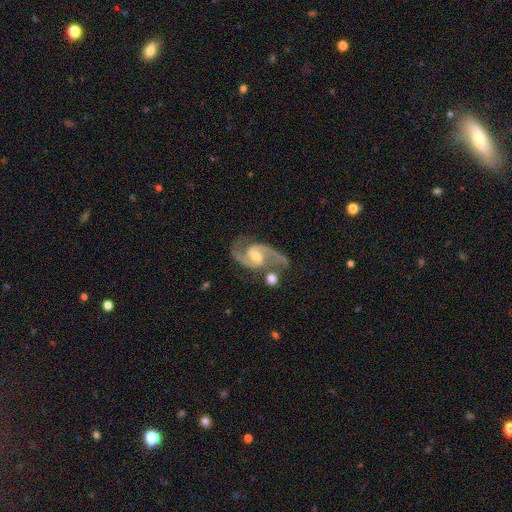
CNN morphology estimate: Q: Smooth or featured?
A: featured or disk (93%); runner-up: star or artifact (5%)
Q: Edge-on disk?
A: no (98%); runner-up: yes (2%)
Q: Bar?
A: weak (53%); runner-up: no (25%)
Q: Spiral arms?
A: yes (98%); runner-up: no (2%)
Q: Spiral winding?
A: medium (64%); runner-up: loose (22%)
Q: Spiral arm count?
A: 2 (94%); runner-up: 3 (2%)
Q: Bulge size?
A: small (48%); runner-up: moderate (44%)
Q: Merging?
A: none (71%); runner-up: minor disturbance (14%)